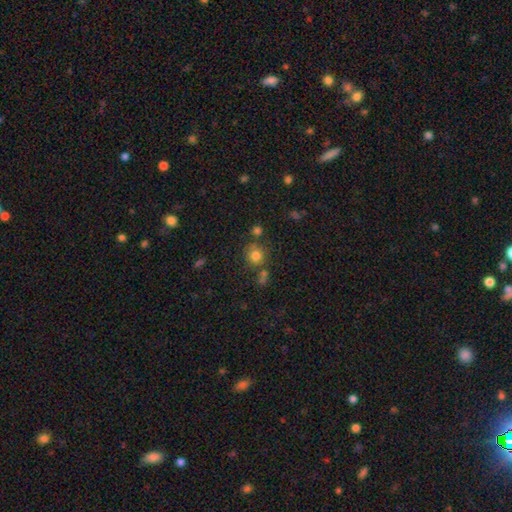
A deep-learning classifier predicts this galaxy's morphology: smooth 78%, star or artifact 14%, featured or disk 8%. Down the decision tree: how rounded — round (86%); merging — none (68%).